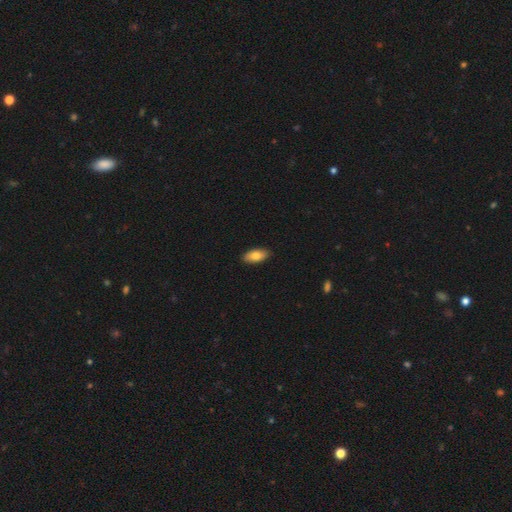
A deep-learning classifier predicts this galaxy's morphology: Overall: smooth (81%). How rounded: in between (90%). Merging: none (89%).